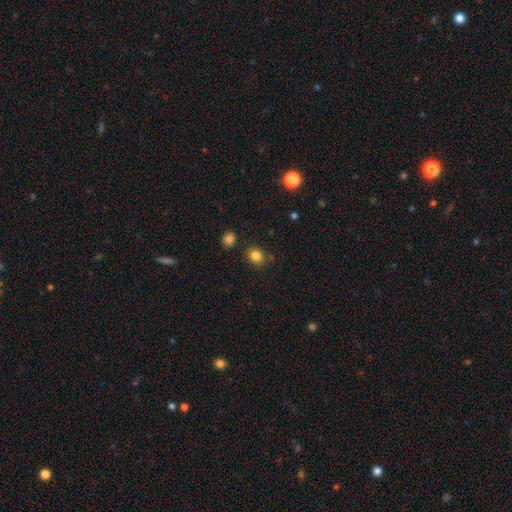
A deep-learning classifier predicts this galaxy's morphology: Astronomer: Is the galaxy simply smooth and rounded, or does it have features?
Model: smooth — 83%.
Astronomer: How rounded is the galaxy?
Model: round — 70%.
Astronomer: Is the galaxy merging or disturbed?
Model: none — 80%.